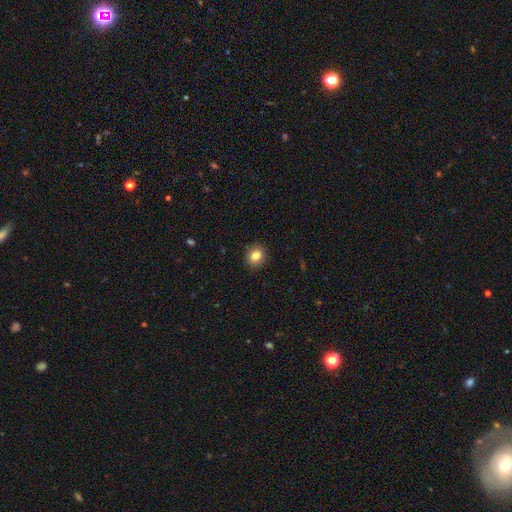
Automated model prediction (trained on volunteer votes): Smooth or featured: smooth — 83% (star or artifact — 10%)
How rounded: round — 76% (in between — 23%)
Merging: none — 91% (minor disturbance — 6%)